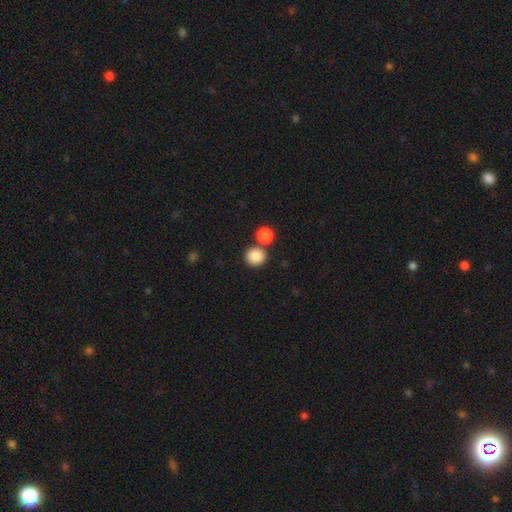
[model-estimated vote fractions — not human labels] Smooth or featured?
  - smooth: 86% *
  - star or artifact: 10%
  - featured or disk: 5%
How rounded?
  - round: 89% *
  - in between: 10%
  - cigar-shaped: 1%
Merging?
  - none: 73% *
  - merger: 17%
  - minor disturbance: 7%
  - major disturbance: 2%